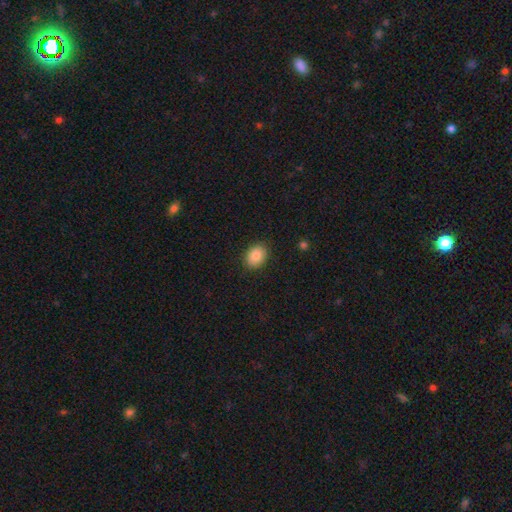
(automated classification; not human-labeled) Overall: smooth (87%). How rounded: in between (67%; round 32%). Merging: none (88%).